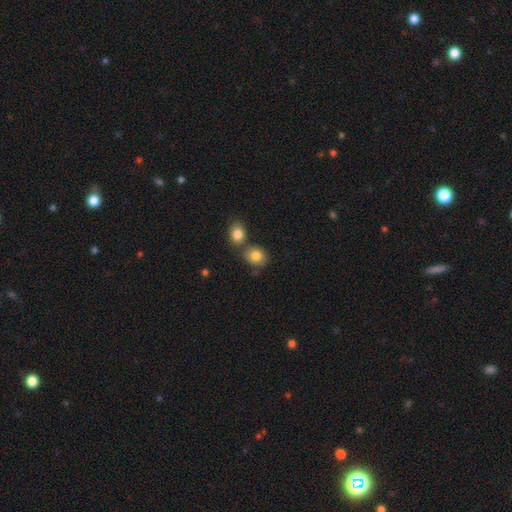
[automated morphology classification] Smooth or featured? Predicted: smooth (p=0.83). How rounded? Predicted: round (p=0.63). Merging? Predicted: none (p=0.57).